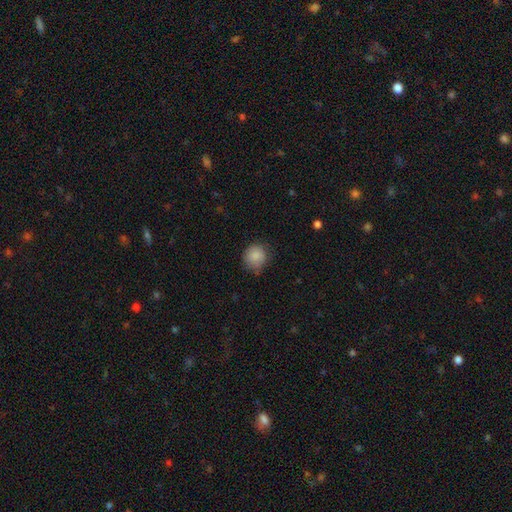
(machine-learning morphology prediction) Q: Smooth or featured?
A: smooth (87%); runner-up: star or artifact (8%)
Q: How rounded?
A: round (87%); runner-up: in between (13%)
Q: Merging?
A: none (71%); runner-up: minor disturbance (23%)